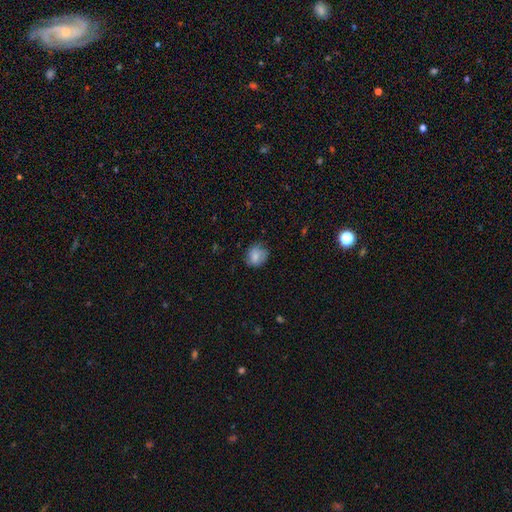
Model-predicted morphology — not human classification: Q: Smooth or featured?
A: smooth (78%); runner-up: featured or disk (13%)
Q: How rounded?
A: round (72%); runner-up: in between (27%)
Q: Merging?
A: none (69%); runner-up: minor disturbance (24%)